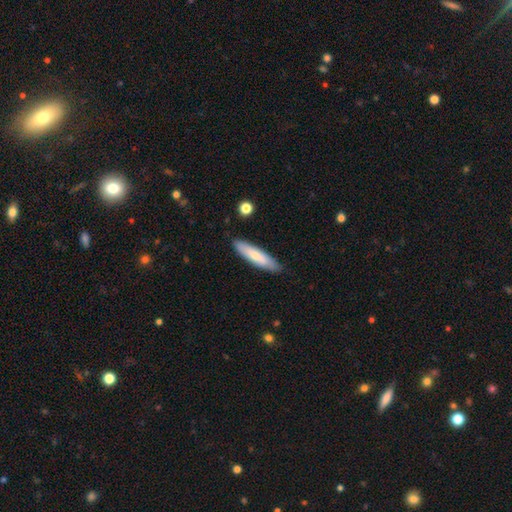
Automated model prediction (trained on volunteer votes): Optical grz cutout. It shows a smooth galaxy with no disk features (69%) that is cigar-shaped (73%). Merging: none (85%).